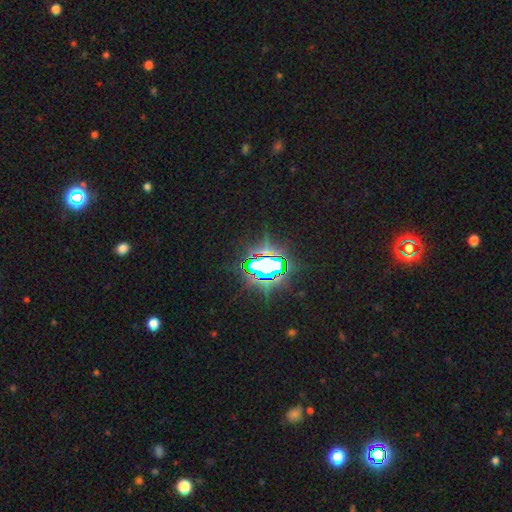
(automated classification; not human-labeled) star or artifact 78%, smooth 12%, featured or disk 10%.